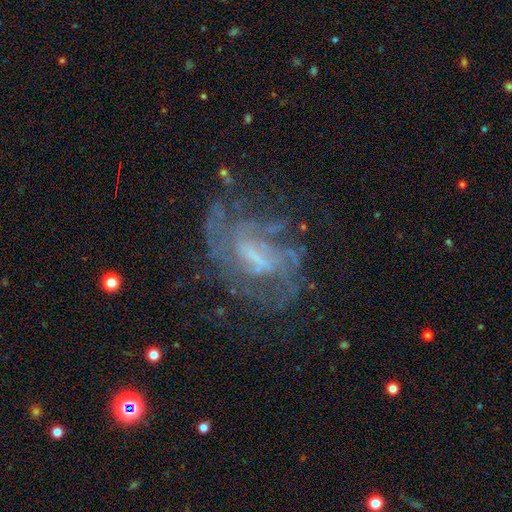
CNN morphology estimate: A featured or disk galaxy (78%) with a weak bar (48%), tight (41%) spiral arms (80%) and no central bulge (35%).

Vote fractions:
- Smooth or featured? featured or disk: 78% / star or artifact: 11% / smooth: 11%
- Edge-on disk? no: 96% / yes: 4%
- Bar? weak: 48% / strong: 26% / no: 26%
- Spiral arms? yes: 80% / no: 20%
- Spiral winding? tight: 41% / medium: 40% / loose: 18%
- Spiral arm count? can't tell: 47% / 2: 17% / 3: 14% / 4: 11% / 1: 5% / more than 4: 5%
- Bulge size? none: 35% / small: 33% / moderate: 26% / large: 5% / dominant: 1%
- Merging? none: 54% / major disturbance: 24% / minor disturbance: 19% / merger: 3%